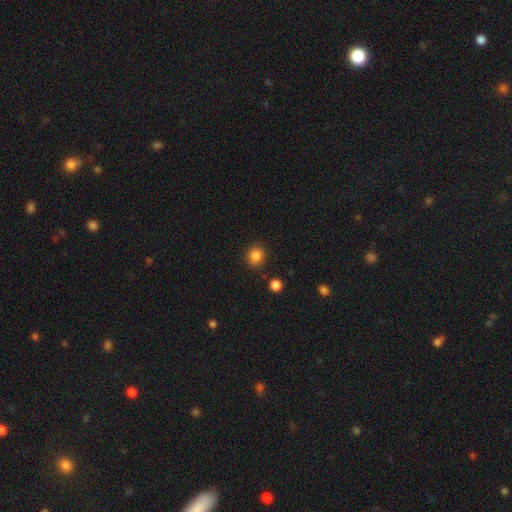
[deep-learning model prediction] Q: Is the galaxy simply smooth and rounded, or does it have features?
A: smooth — 85%.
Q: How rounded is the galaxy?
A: round — 79%.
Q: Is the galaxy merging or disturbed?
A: none — 87%.